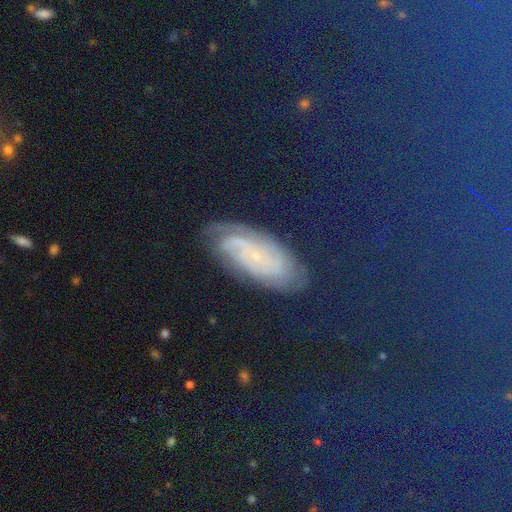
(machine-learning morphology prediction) smooth_or_featured: featured or disk (p=0.48) [alt: star or artifact p=0.31]
merging: none (p=0.80) [alt: minor disturbance p=0.14]